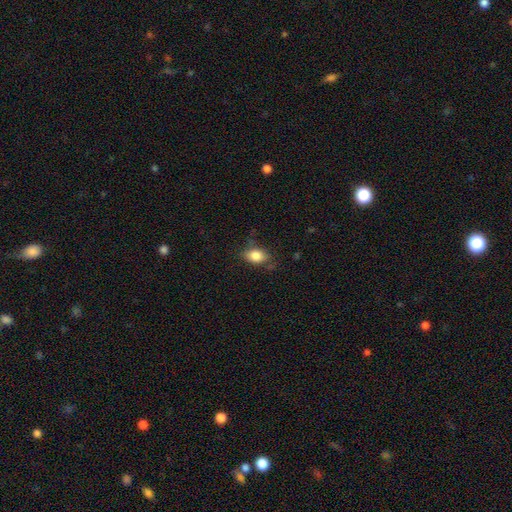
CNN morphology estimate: This is clearly a smooth galaxy (82%). How rounded: likely in between (78%). Merging: likely none (73%).